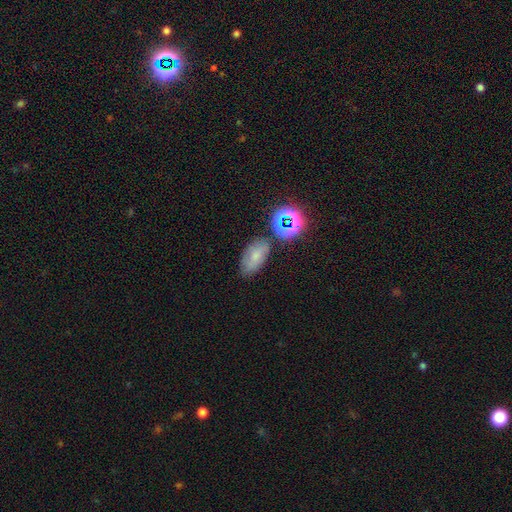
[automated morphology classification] smooth 59%, star or artifact 22%, featured or disk 19%. Down the decision tree: how rounded — in between (87%); merging — none (68%).